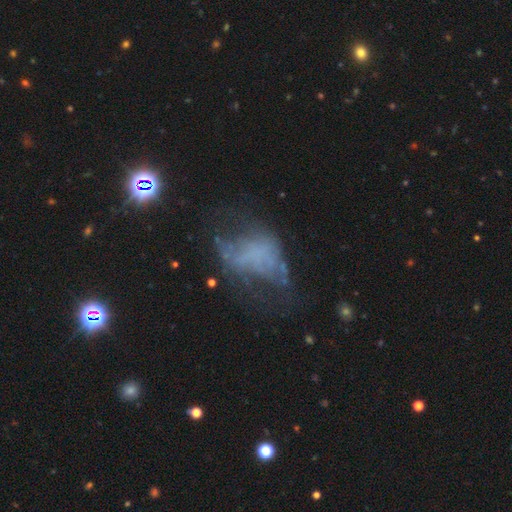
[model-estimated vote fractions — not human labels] Smooth or featured?
  - featured or disk: 53% *
  - smooth: 27%
  - star or artifact: 20%
Edge-on disk?
  - no: 95% *
  - yes: 5%
Bar?
  - no: 86% *
  - weak: 10%
  - strong: 4%
Spiral arms?
  - no: 78% *
  - yes: 22%
Bulge size?
  - none: 81% *
  - small: 7%
  - moderate: 5%
  - large: 4%
  - dominant: 2%
Merging?
  - major disturbance: 43% *
  - none: 32%
  - minor disturbance: 21%
  - merger: 4%